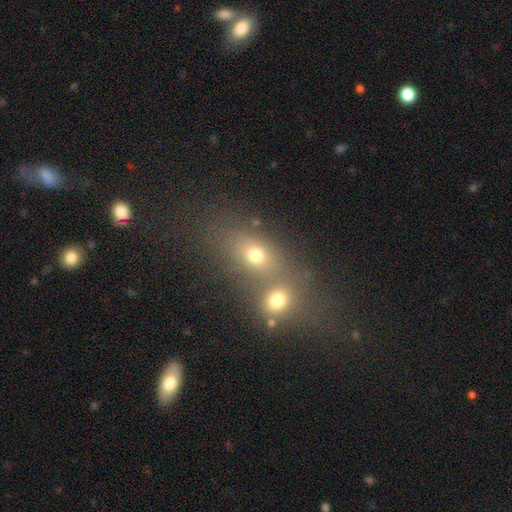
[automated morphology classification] Smooth or featured? smooth (67%)
How rounded? in between (57%)
Merging? merger (52%)